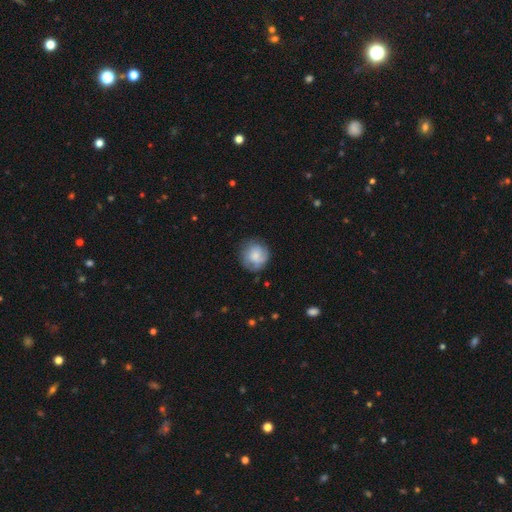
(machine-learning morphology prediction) smooth 71%, featured or disk 21%, star or artifact 8%. Down the decision tree: how rounded — round (91%); merging — none (74%).